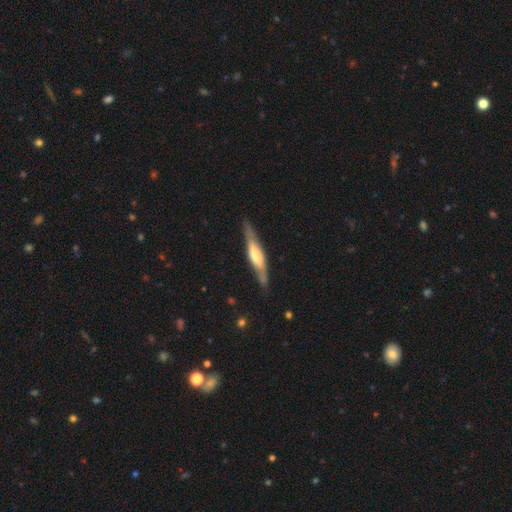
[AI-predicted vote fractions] smooth_or_featured: featured or disk (p=0.61) [alt: smooth p=0.34]
disk_edge_on: yes (p=0.87) [alt: no p=0.13]
edge_on_bulge: rounded (p=0.45) [alt: boxy p=0.42]
merging: none (p=0.79) [alt: minor disturbance p=0.16]